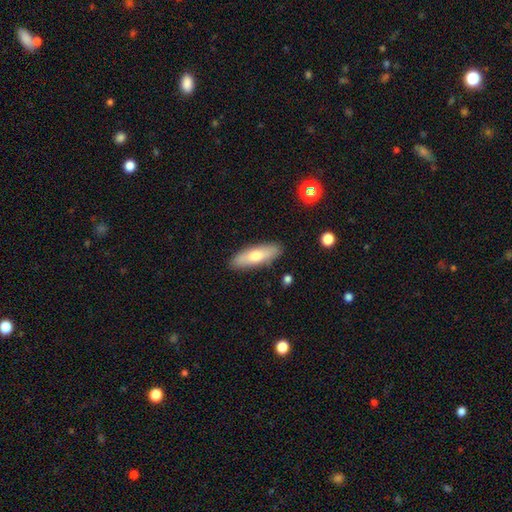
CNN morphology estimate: This is likely a smooth galaxy (65%). How rounded: possibly cigar-shaped (51%). Merging: clearly none (88%).